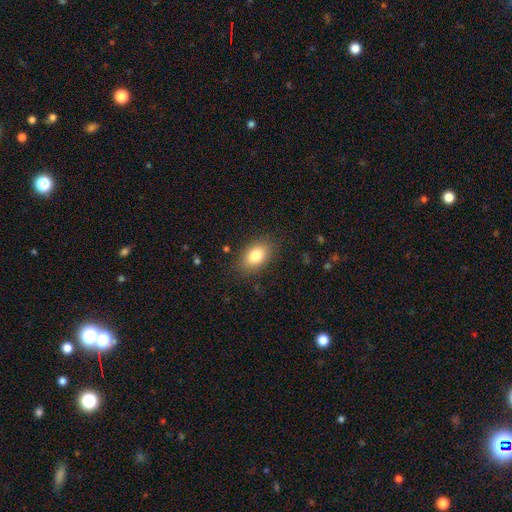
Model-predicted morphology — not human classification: Q: Smooth or featured?
A: smooth (82%); runner-up: featured or disk (10%)
Q: How rounded?
A: in between (87%); runner-up: round (11%)
Q: Merging?
A: none (84%); runner-up: minor disturbance (11%)